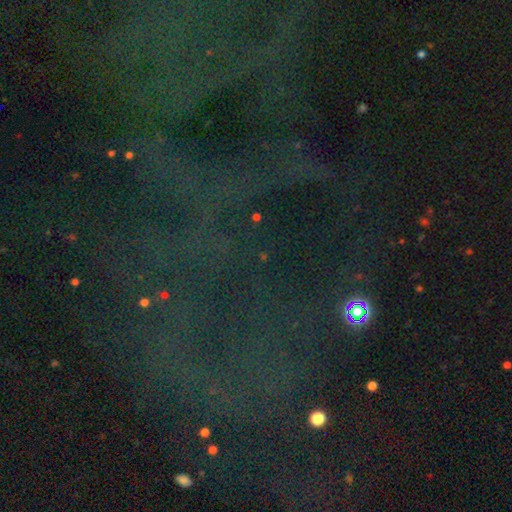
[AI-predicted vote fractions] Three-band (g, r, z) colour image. It shows a star or artifact, not a galaxy (77%).